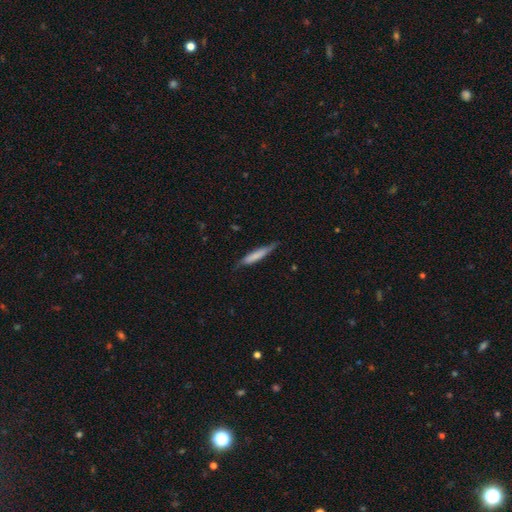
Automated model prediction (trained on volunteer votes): smooth 70%, featured or disk 25%, star or artifact 5%. Down the decision tree: how rounded — cigar-shaped (91%); merging — none (72%).